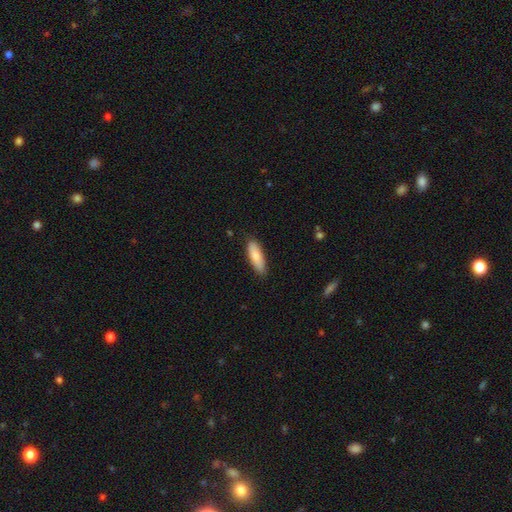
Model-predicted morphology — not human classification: The model was most divided on "how rounded": in between: 50%, cigar-shaped: 49%, round: 2%. More confident: merging — none (84%); smooth or featured — smooth (83%).